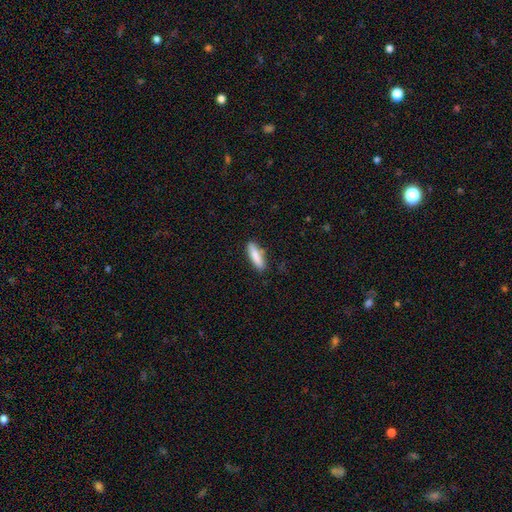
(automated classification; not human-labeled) A smooth galaxy with no disk features (83%) that is cigar-shaped (61%). Merging: none (82%).